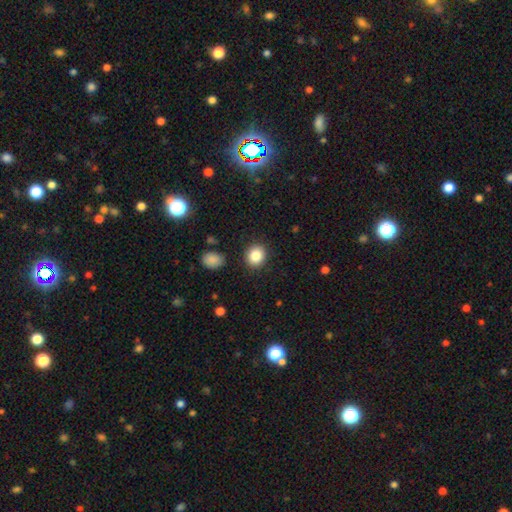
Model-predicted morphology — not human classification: smooth_or_featured: smooth (p=0.85) [alt: star or artifact p=0.09]
how_rounded: round (p=0.74) [alt: in between p=0.25]
merging: none (p=0.89) [alt: minor disturbance p=0.07]